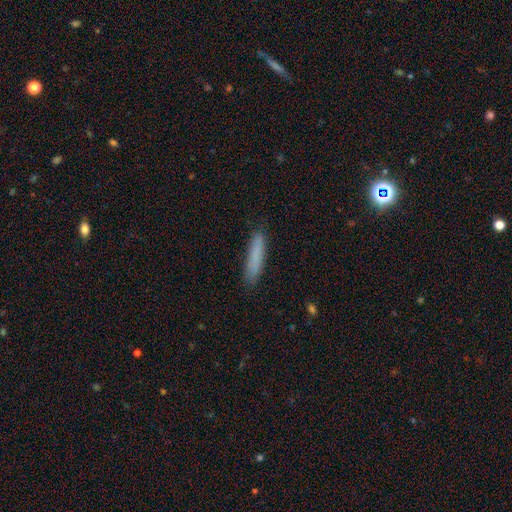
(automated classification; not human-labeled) This appears to be a smooth galaxy with no disk features (82%) that is cigar-shaped (91%). Merging: none (87%).